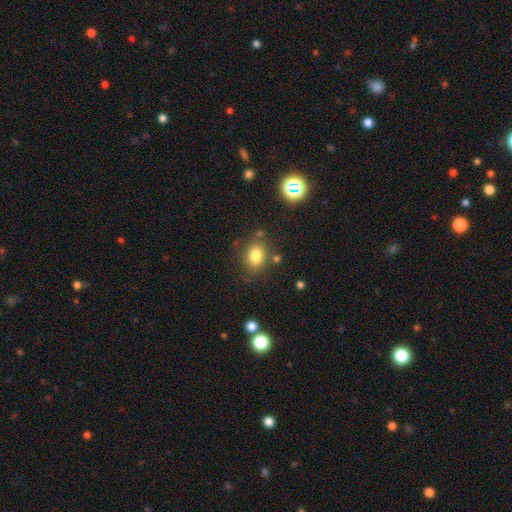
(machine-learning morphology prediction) Smooth or featured?
  - smooth: 80% *
  - star or artifact: 12%
  - featured or disk: 8%
How rounded?
  - in between: 57% *
  - round: 42%
  - cigar-shaped: 1%
Merging?
  - none: 77% *
  - minor disturbance: 13%
  - merger: 6%
  - major disturbance: 4%